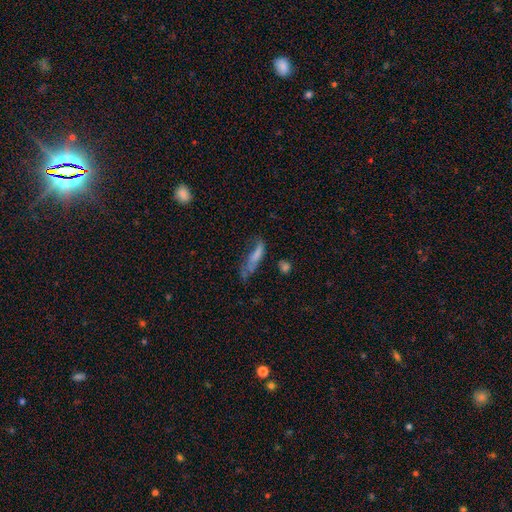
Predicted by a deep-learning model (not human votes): smooth_or_featured: smooth (p=0.62) [alt: featured or disk p=0.27]
how_rounded: cigar-shaped (p=0.61) [alt: in between p=0.36]
merging: major disturbance (p=0.32) [alt: none p=0.31]